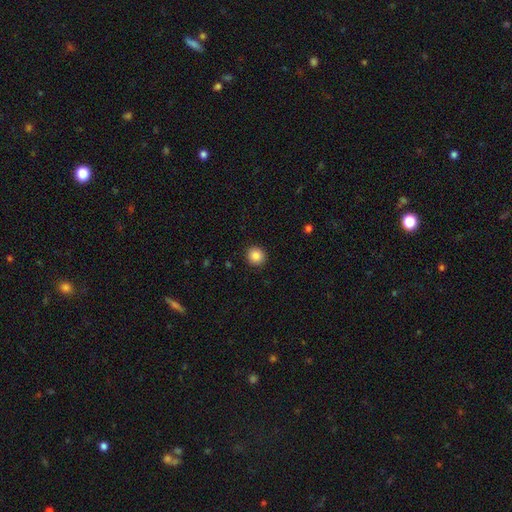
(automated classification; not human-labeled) This appears to be a smooth galaxy with no disk features (87%) that is round (92%). Merging: none (92%).